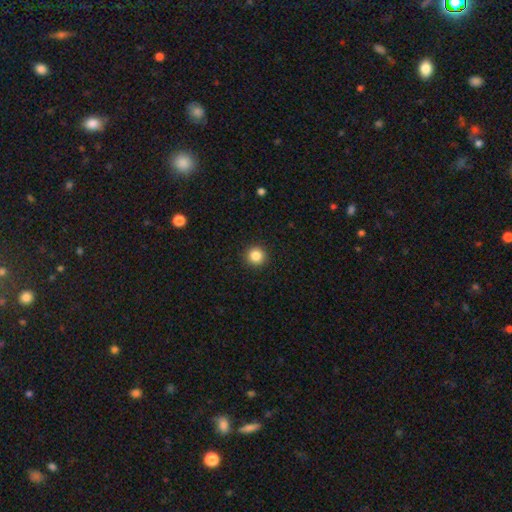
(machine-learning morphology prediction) smooth_or_featured: smooth (p=0.85) [alt: star or artifact p=0.10]
how_rounded: round (p=0.95) [alt: in between p=0.04]
merging: none (p=0.93) [alt: minor disturbance p=0.05]